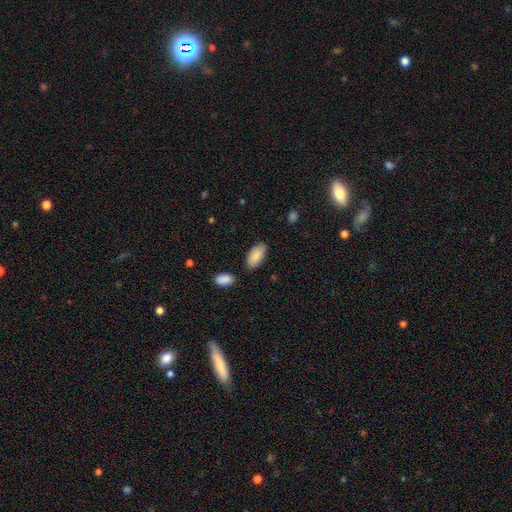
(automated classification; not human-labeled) smooth-or-featured: smooth: 89% | star or artifact: 6% | featured or disk: 6%
  how-rounded: in between: 92% | cigar-shaped: 7% | round: 2%
  merging: none: 78% | minor disturbance: 13% | merger: 5% | major disturbance: 3%